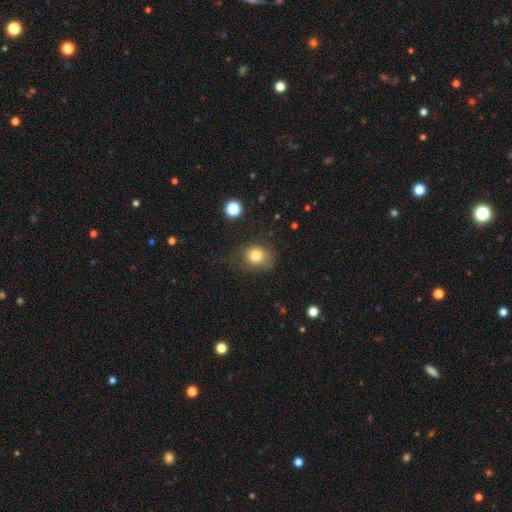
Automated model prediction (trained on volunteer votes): Morphology: type=smooth (80%); roundness=round (66%); merging=none (64%).